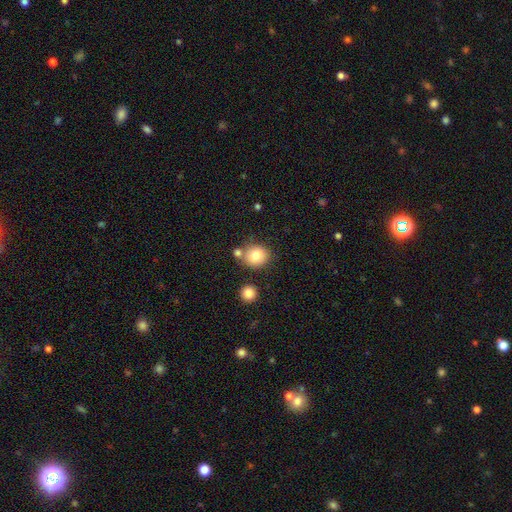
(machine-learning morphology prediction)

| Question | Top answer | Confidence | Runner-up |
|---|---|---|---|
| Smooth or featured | smooth | 81% | featured or disk (10%) |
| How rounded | round | 78% | in between (21%) |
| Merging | none | 68% | merger (16%) |